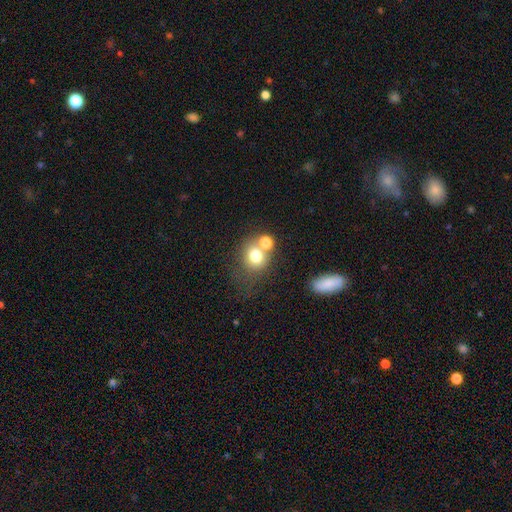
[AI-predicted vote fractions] smooth-or-featured: smooth: 74% | star or artifact: 13% | featured or disk: 13%
  how-rounded: round: 74% | in between: 25% | cigar-shaped: 1%
  merging: none: 47% | merger: 35% | minor disturbance: 11% | major disturbance: 7%